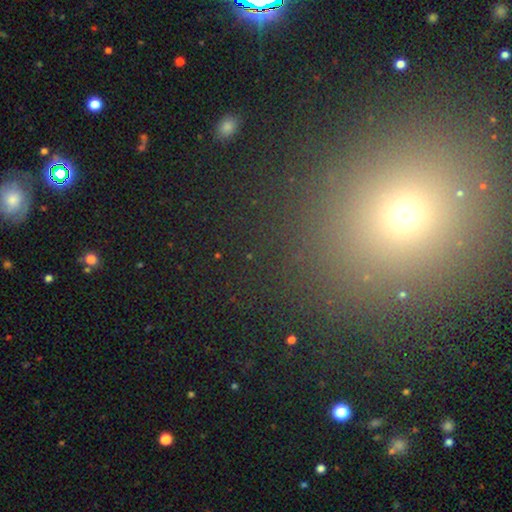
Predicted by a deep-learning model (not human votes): Smooth or featured: smooth — 48% (star or artifact — 43%)
Merging: none — 89% (minor disturbance — 6%)